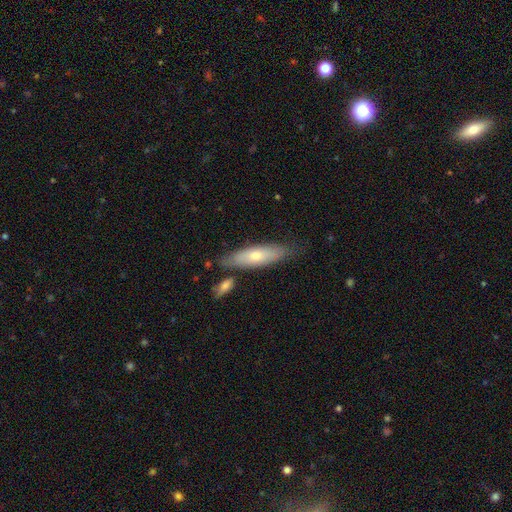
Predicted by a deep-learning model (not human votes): Overall: smooth (60%; featured or disk 34%). How rounded: cigar-shaped (57%; in between 41%). Merging: none (73%).